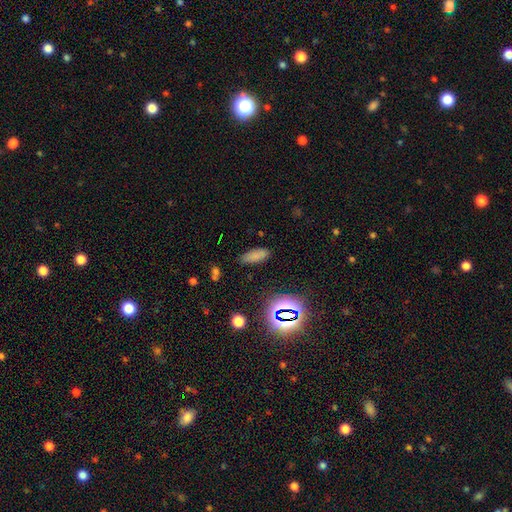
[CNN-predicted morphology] smooth 73%, star or artifact 19%, featured or disk 8%. Down the decision tree: how rounded — in between (75%); merging — none (81%).